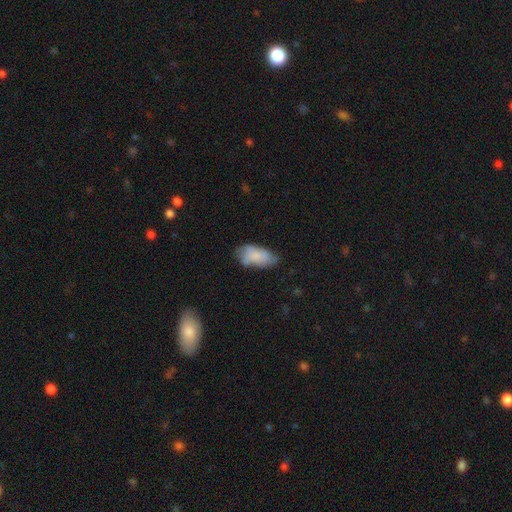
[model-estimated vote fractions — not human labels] Overall: smooth (71%). How rounded: in between (93%). Merging: none (57%; minor disturbance 30%).